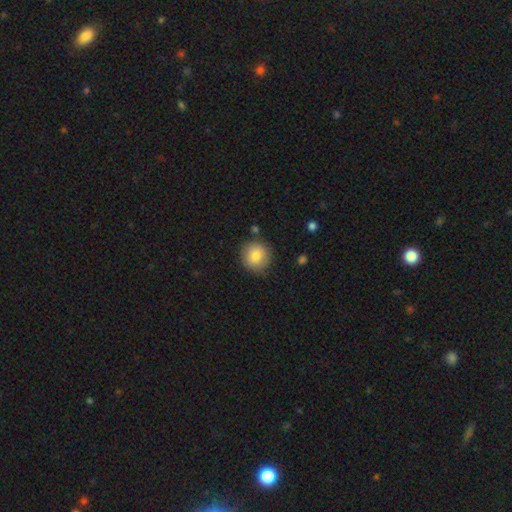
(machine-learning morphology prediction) Overall: smooth (83%). How rounded: round (93%). Merging: none (85%).